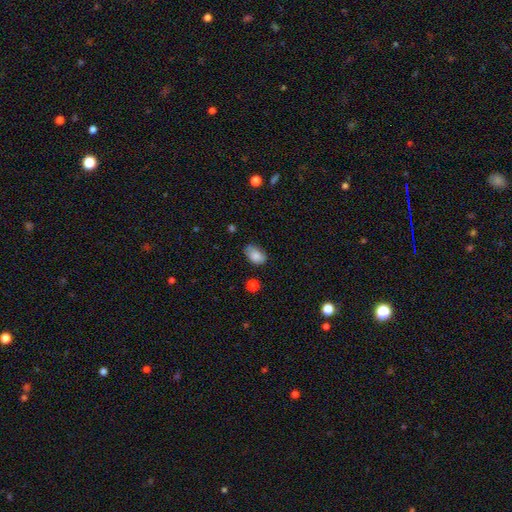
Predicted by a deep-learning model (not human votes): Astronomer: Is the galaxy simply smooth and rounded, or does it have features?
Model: smooth — 83%.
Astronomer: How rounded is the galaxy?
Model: in between — 86%.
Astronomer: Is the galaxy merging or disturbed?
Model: none — 65%.